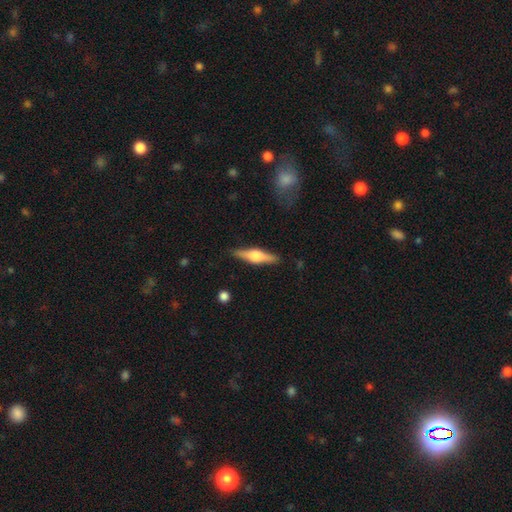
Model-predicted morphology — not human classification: Smooth or featured?
  - featured or disk: 63% *
  - smooth: 32%
  - star or artifact: 6%
Edge-on disk?
  - yes: 96% *
  - no: 4%
Edge-on bulge?
  - rounded: 89% *
  - boxy: 9%
  - none: 2%
Merging?
  - none: 87% *
  - minor disturbance: 9%
  - major disturbance: 2%
  - merger: 1%